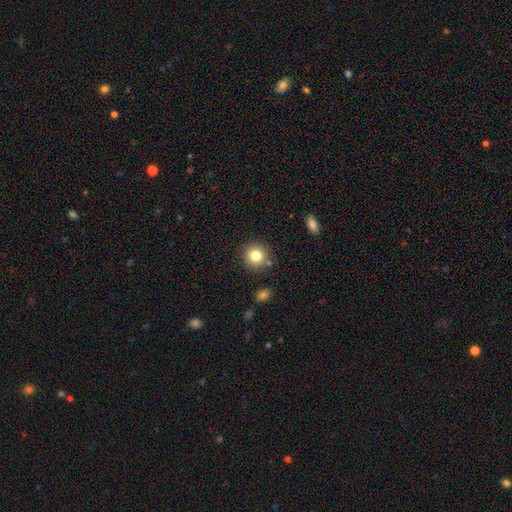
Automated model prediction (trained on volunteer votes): Smooth or featured: smooth — 81% (star or artifact — 11%)
How rounded: round — 92% (in between — 8%)
Merging: none — 82% (minor disturbance — 10%)